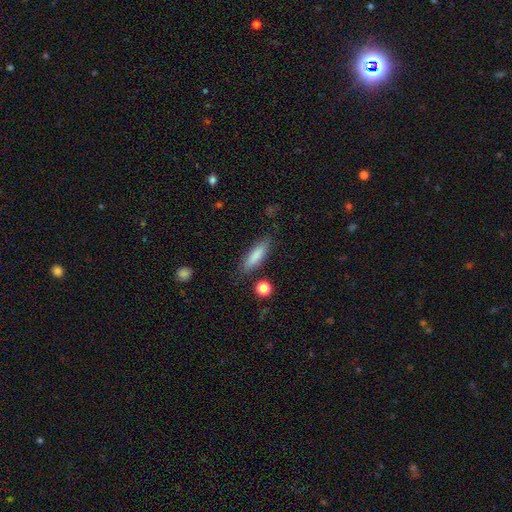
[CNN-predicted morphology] Smooth or featured: smooth — 83% (featured or disk — 10%)
How rounded: cigar-shaped — 64% (in between — 34%)
Merging: none — 83% (minor disturbance — 11%)